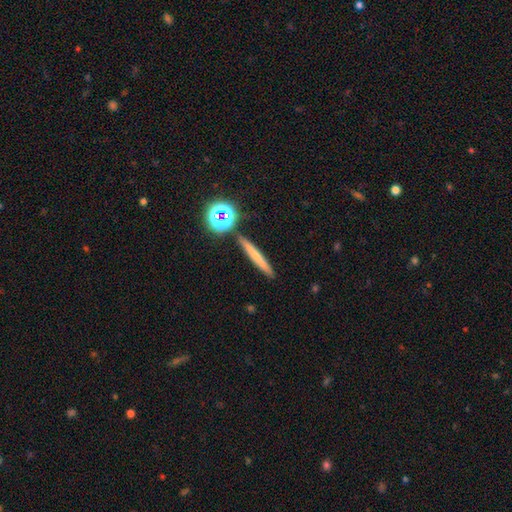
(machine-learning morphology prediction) This appears to be a smooth galaxy with no disk features (58%) that is cigar-shaped (90%). Merging: none (88%).